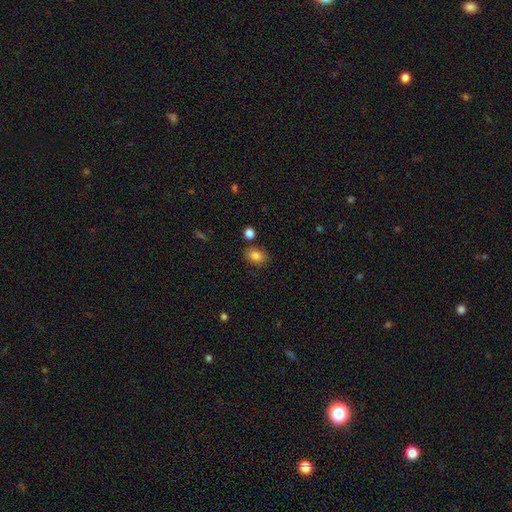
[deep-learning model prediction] The model was most divided on "how rounded": in between: 73%, round: 26%, cigar-shaped: 1%. More confident: smooth or featured — smooth (83%); merging — none (78%).